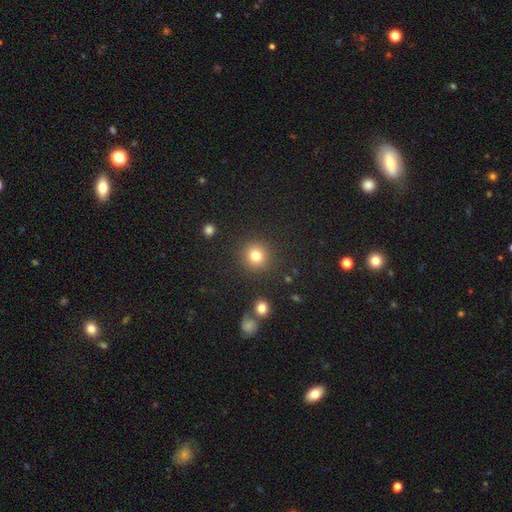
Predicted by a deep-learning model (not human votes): The model was most divided on "smooth or featured": smooth: 80%, star or artifact: 13%, featured or disk: 7%. More confident: how rounded — round (93%); merging — none (89%).